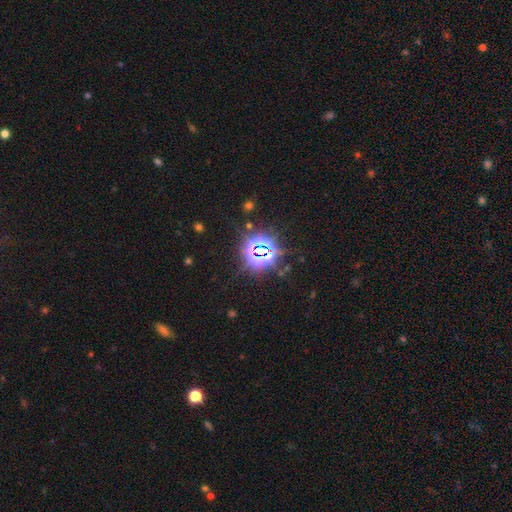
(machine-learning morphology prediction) Overall: star or artifact (81%).